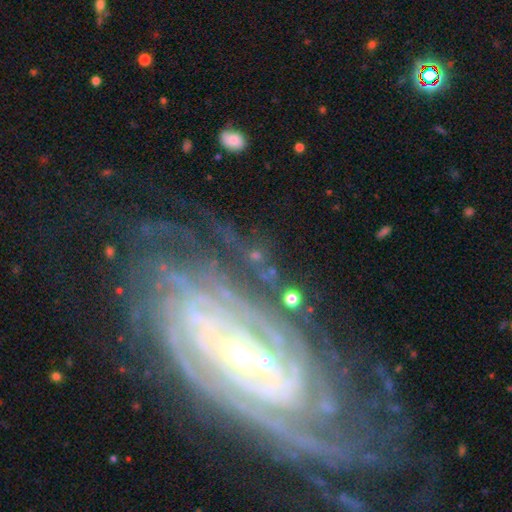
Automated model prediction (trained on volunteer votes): smooth_or_featured: featured or disk (p=0.59) [alt: star or artifact p=0.22]
disk_edge_on: no (p=0.89) [alt: yes p=0.11]
bar: no (p=0.41) [alt: weak p=0.30]
has_spiral_arms: yes (p=0.89) [alt: no p=0.11]
bulge_size: small (p=0.52) [alt: moderate p=0.32]
merging: none (p=0.69) [alt: minor disturbance p=0.15]